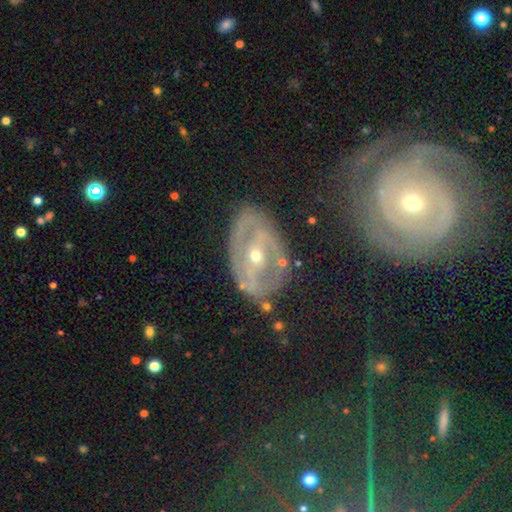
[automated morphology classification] Smooth or featured? Predicted: featured or disk (p=0.78). Edge-on disk? Predicted: no (p=0.93). Bar? Predicted: strong (p=0.39). Spiral arms? Predicted: yes (p=0.73). Spiral winding? Predicted: tight (p=0.53). Spiral arm count? Predicted: 2 (p=0.57). Bulge size? Predicted: small (p=0.54). Merging? Predicted: none (p=0.65).